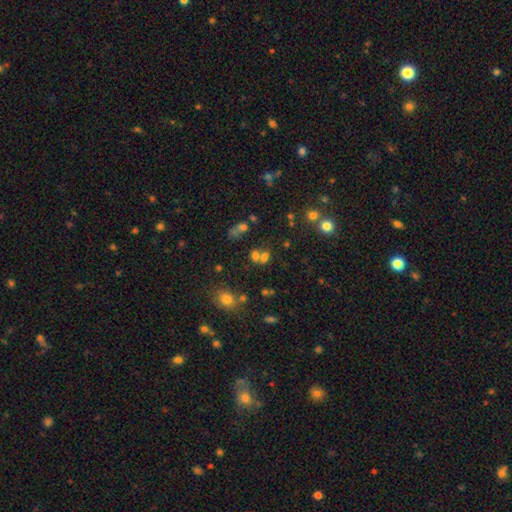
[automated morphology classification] Q: Smooth or featured?
A: smooth (62%); runner-up: star or artifact (25%)
Q: How rounded?
A: round (57%); runner-up: in between (41%)
Q: Merging?
A: merger (46%); runner-up: none (40%)